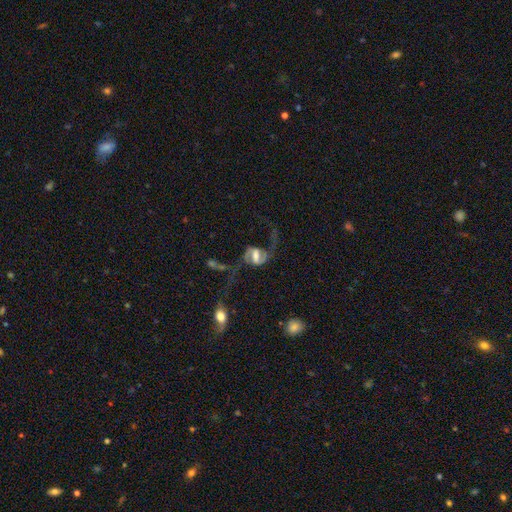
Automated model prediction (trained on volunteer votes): featured or disk 84%, smooth 9%, star or artifact 6%. Down the decision tree: edge-on disk — no (97%); bar — weak (45%); spiral arms — yes (93%); spiral arm count — 2 (92%); spiral winding — loose (73%); bulge size — moderate (44%); merging — none (48%).